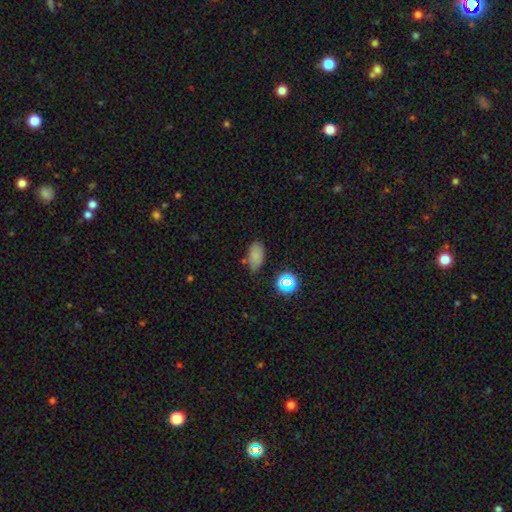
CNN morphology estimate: Overall: smooth (76%). How rounded: in between (91%). Merging: none (74%).